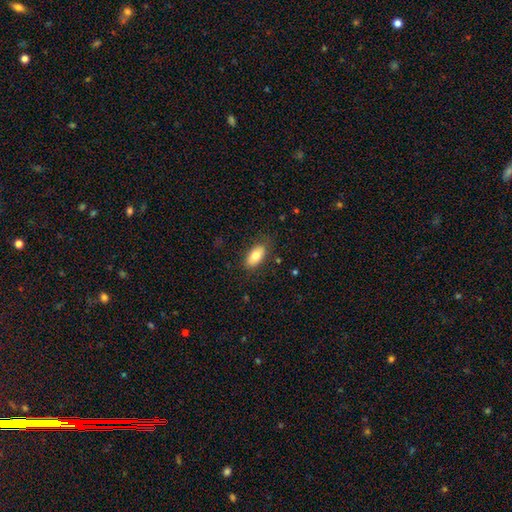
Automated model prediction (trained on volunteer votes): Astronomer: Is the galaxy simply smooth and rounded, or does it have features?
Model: smooth — 77%.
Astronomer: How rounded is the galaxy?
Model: in between — 91%.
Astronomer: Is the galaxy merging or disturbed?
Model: none — 82%.